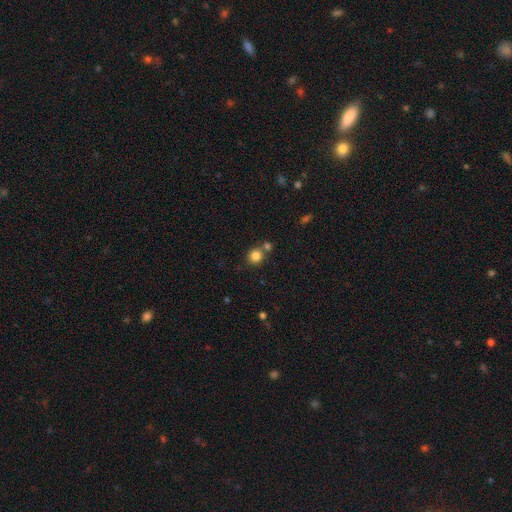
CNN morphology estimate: Overall: smooth (83%). How rounded: round (86%). Merging: none (64%; merger 24%).